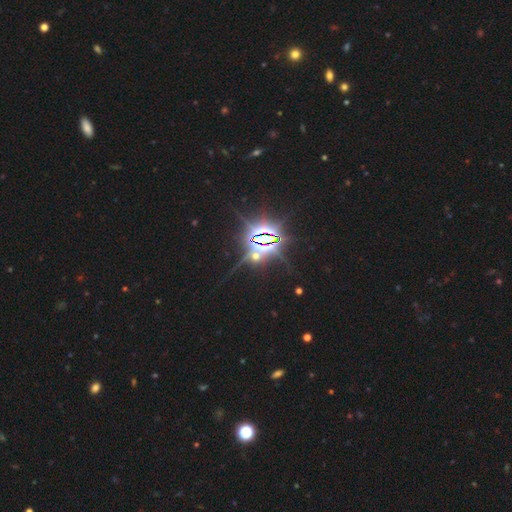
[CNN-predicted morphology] star or artifact 81%, featured or disk 10%, smooth 9%.